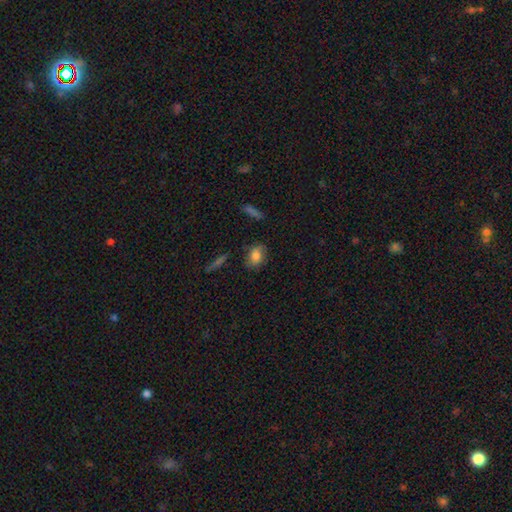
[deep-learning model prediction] smooth_or_featured: smooth (p=0.81) [alt: featured or disk p=0.10]
how_rounded: in between (p=0.71) [alt: round p=0.26]
merging: none (p=0.75) [alt: minor disturbance p=0.18]